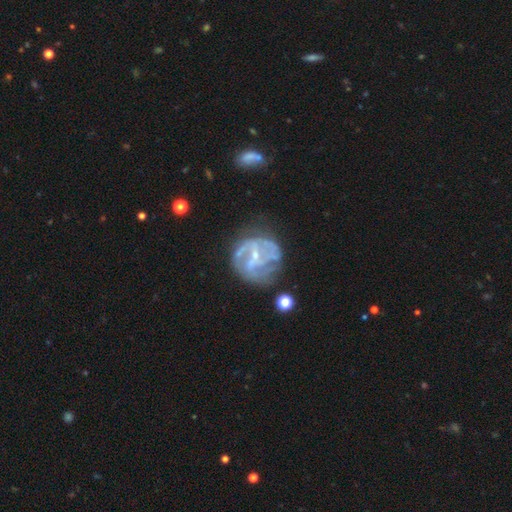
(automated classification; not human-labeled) Morphology: type=featured or disk (78%); edge-on=no (98%); bar=weak (42%); spiral arms=yes (76%); winding=medium (42%); arm count=can't tell (35%); bulge=small (73%); merging=none (52%).